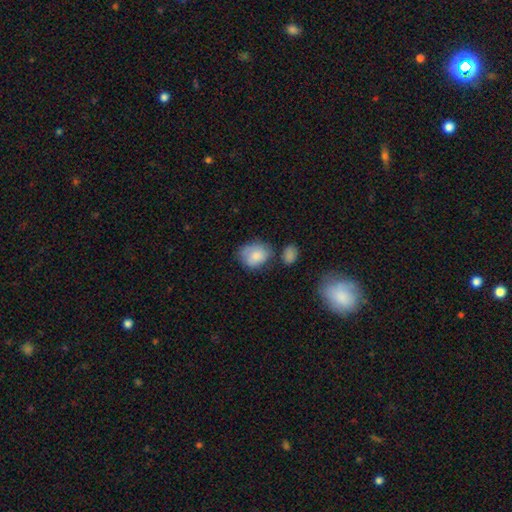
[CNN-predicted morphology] Smooth or featured?
  - smooth: 79% *
  - featured or disk: 14%
  - star or artifact: 7%
How rounded?
  - in between: 53% *
  - round: 46%
  - cigar-shaped: 1%
Merging?
  - none: 51% *
  - minor disturbance: 29%
  - merger: 11%
  - major disturbance: 9%